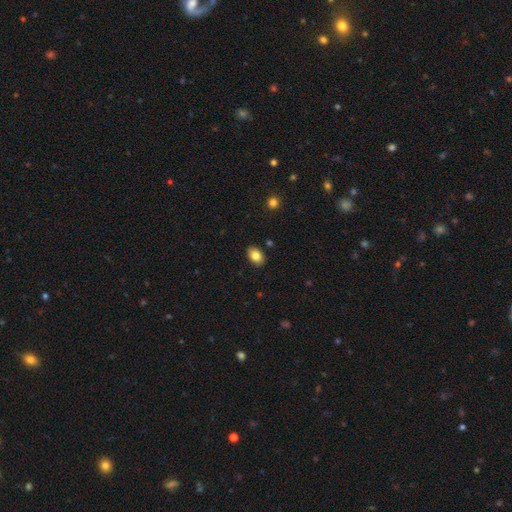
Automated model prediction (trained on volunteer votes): This is clearly a smooth galaxy (83%). How rounded: clearly in between (81%). Merging: clearly none (88%).